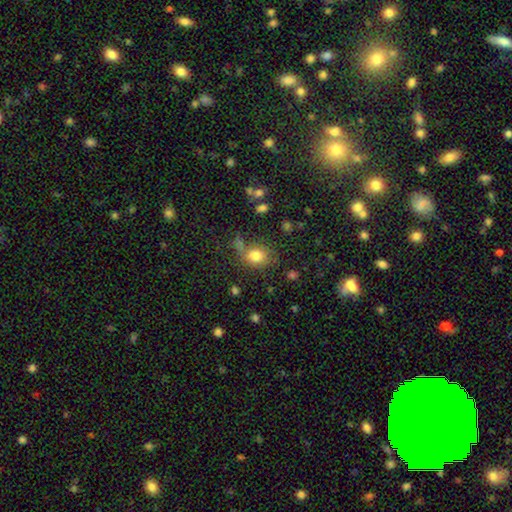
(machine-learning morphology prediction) smooth-or-featured: smooth: 80% | star or artifact: 12% | featured or disk: 8%
  how-rounded: round: 53% | in between: 46% | cigar-shaped: 1%
  merging: none: 64% | minor disturbance: 18% | merger: 11% | major disturbance: 8%